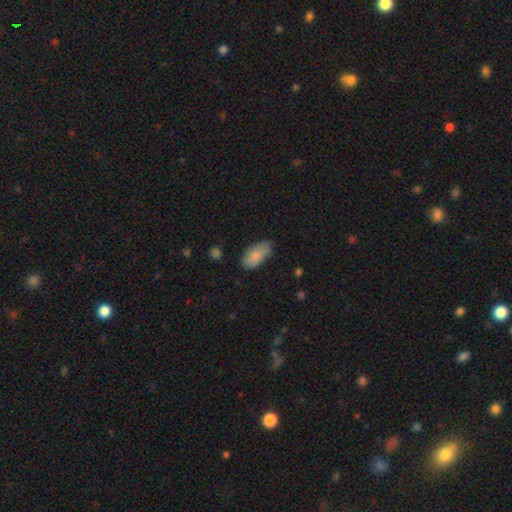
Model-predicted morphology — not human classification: A smooth galaxy with no disk features (83%) that is in between round and cigar-shaped (94%).

Vote fractions:
- Smooth or featured? smooth: 83% / featured or disk: 11% / star or artifact: 6%
- How rounded? in between: 94% / cigar-shaped: 3% / round: 3%
- Merging? none: 61% / minor disturbance: 31% / major disturbance: 6% / merger: 2%